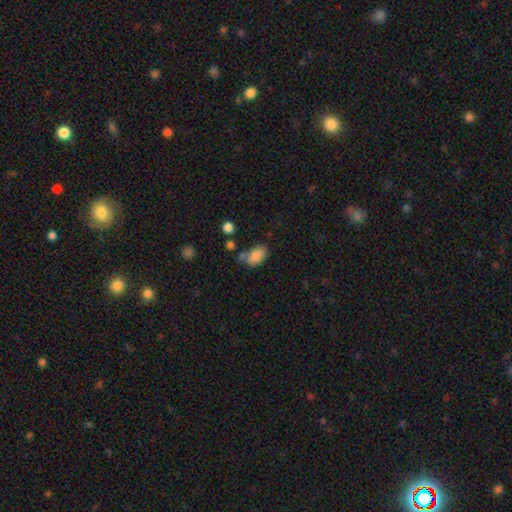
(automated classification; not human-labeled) A smooth galaxy with no disk features (85%) that is in between round and cigar-shaped (90%). Merging: none (58%).